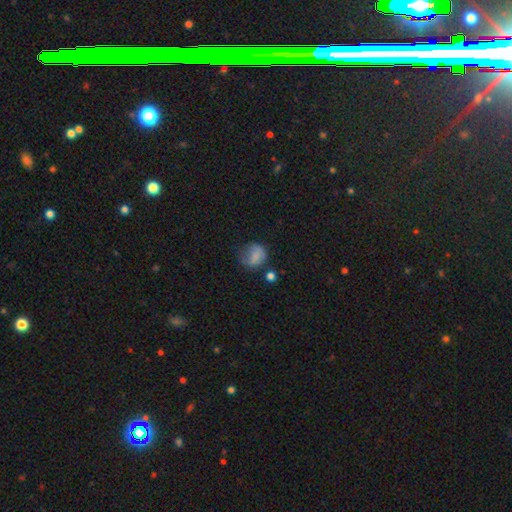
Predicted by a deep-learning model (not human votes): Smooth or featured: smooth — 75% (featured or disk — 13%)
How rounded: round — 60% (in between — 39%)
Merging: none — 42% (minor disturbance — 32%)